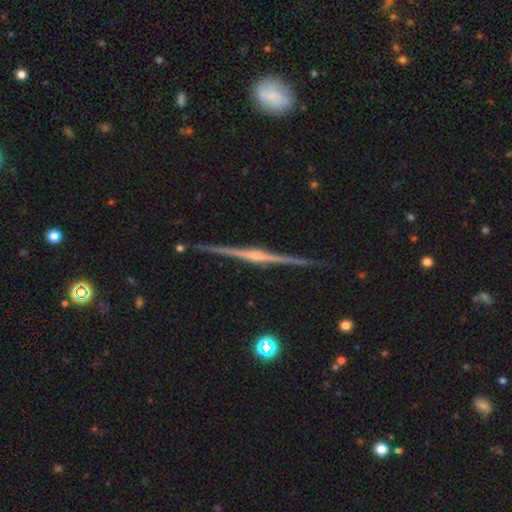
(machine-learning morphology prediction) Smooth or featured? featured or disk (88%)
Edge-on disk? yes (99%)
Edge-on bulge? rounded (74%)
Merging? none (91%)